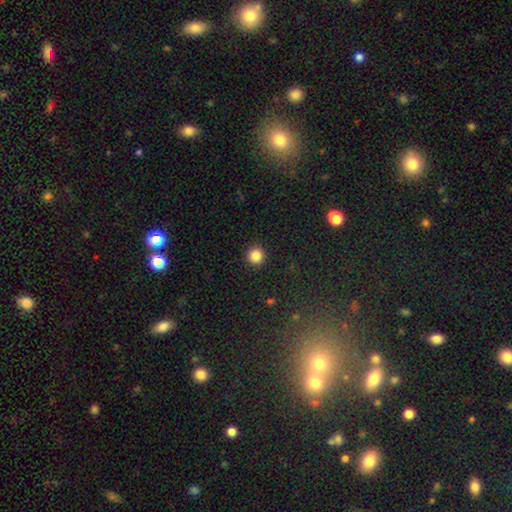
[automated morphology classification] Smooth or featured?
  - smooth: 85% *
  - star or artifact: 11%
  - featured or disk: 4%
How rounded?
  - round: 95% *
  - in between: 4%
  - cigar-shaped: 1%
Merging?
  - none: 93% *
  - minor disturbance: 4%
  - major disturbance: 2%
  - merger: 1%